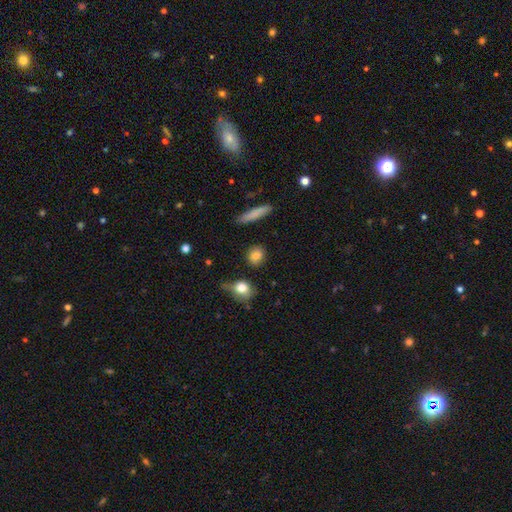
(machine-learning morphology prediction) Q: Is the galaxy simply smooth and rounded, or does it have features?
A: smooth — 83%.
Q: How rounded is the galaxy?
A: round — 69%.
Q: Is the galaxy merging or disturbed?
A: none — 82%.